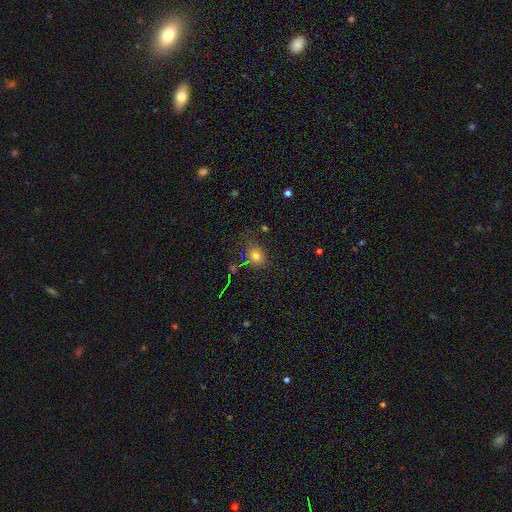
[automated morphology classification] Smooth or featured? smooth (71%)
How rounded? round (56%)
Merging? none (70%)